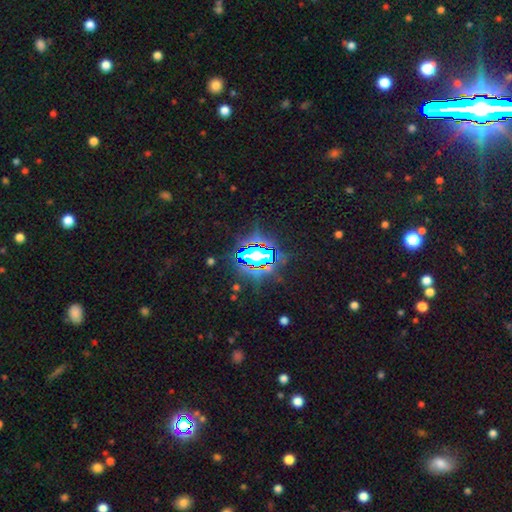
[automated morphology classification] A star or artifact, not a galaxy (76%).

Vote fractions:
- Smooth or featured? star or artifact: 76% / smooth: 13% / featured or disk: 11%